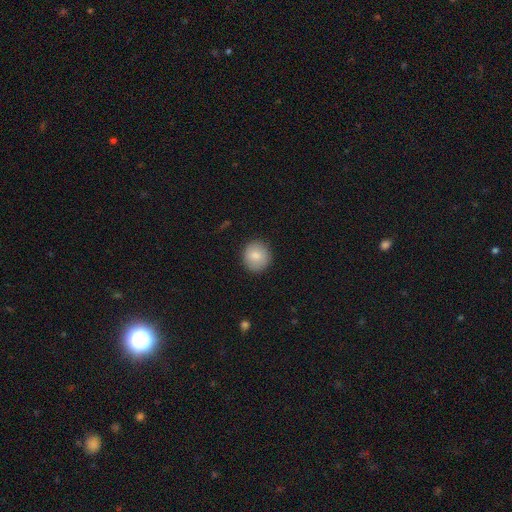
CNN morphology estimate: Q: Smooth or featured?
A: smooth (85%); runner-up: featured or disk (8%)
Q: How rounded?
A: round (87%); runner-up: in between (12%)
Q: Merging?
A: none (89%); runner-up: minor disturbance (8%)